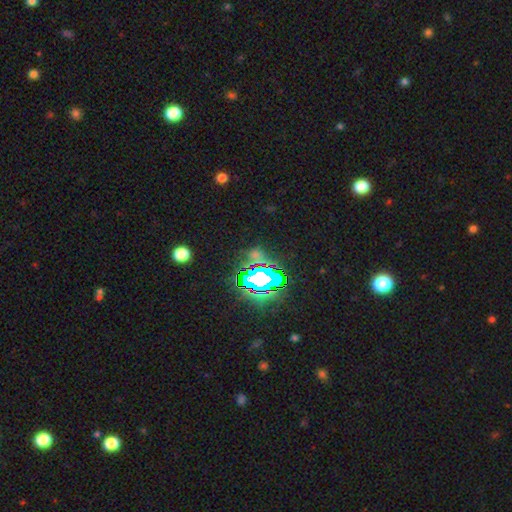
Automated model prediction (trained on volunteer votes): This is likely a star or artifact rather than a galaxy (71%).